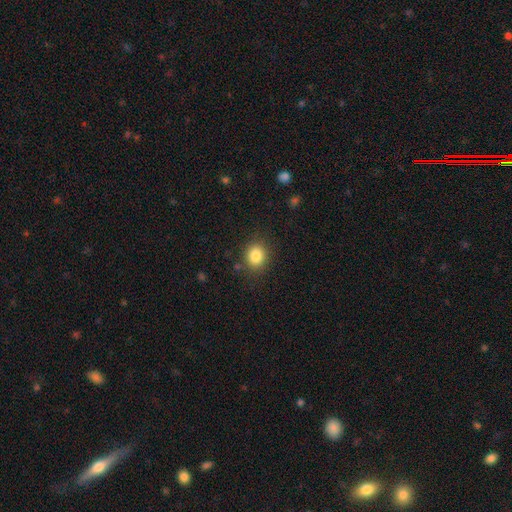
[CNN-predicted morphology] The model was most divided on "how rounded": round: 66%, in between: 33%, cigar-shaped: 1%. More confident: smooth or featured — smooth (84%); merging — none (84%).